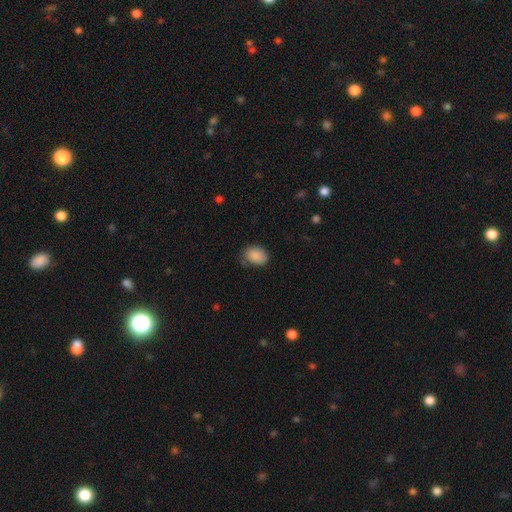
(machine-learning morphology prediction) Q: Smooth or featured?
A: smooth (88%); runner-up: star or artifact (8%)
Q: How rounded?
A: in between (71%); runner-up: round (28%)
Q: Merging?
A: none (68%); runner-up: minor disturbance (25%)